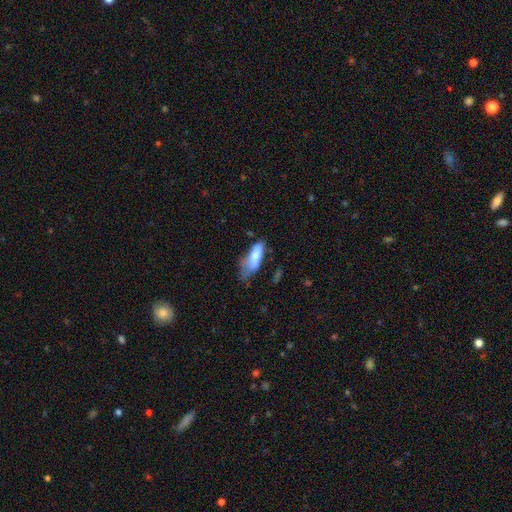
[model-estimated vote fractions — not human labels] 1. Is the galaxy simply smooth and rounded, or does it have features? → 74% smooth, 19% featured or disk, 7% star or artifact.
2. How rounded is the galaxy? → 69% in between, 29% cigar-shaped, 2% round.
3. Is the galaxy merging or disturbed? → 38% minor disturbance, 30% none, 28% major disturbance, 5% merger.